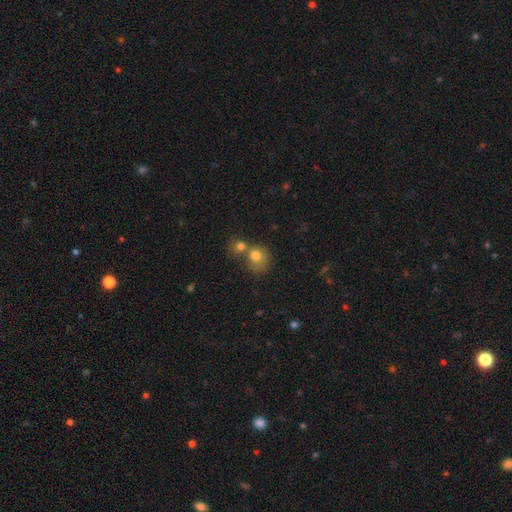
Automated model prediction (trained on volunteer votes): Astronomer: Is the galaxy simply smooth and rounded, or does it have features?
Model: smooth — 76%.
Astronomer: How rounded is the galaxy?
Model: round — 74%.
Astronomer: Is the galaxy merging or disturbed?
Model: merger — 55% (runner-up: none, 31%).